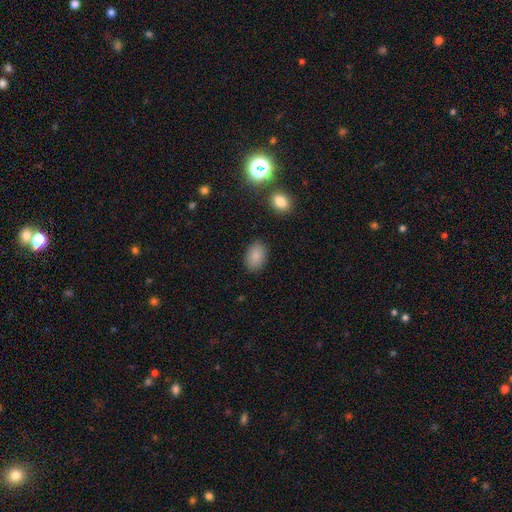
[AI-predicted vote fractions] smooth_or_featured: smooth (p=0.87) [alt: star or artifact p=0.08]
how_rounded: in between (p=0.86) [alt: round p=0.13]
merging: none (p=0.86) [alt: minor disturbance p=0.10]